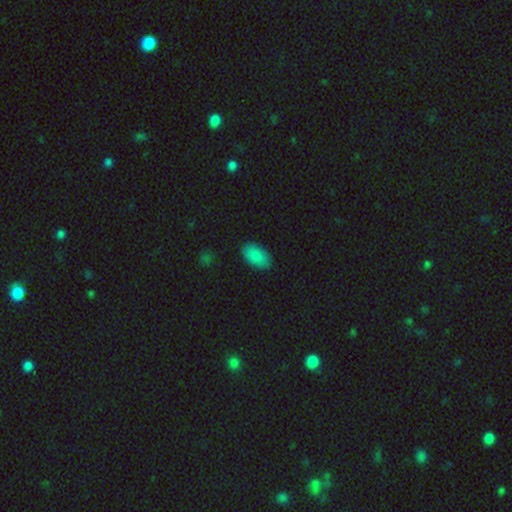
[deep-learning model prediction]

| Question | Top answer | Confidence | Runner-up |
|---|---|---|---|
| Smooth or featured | smooth | 87% | star or artifact (8%) |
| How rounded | in between | 94% | round (4%) |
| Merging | none | 88% | minor disturbance (9%) |